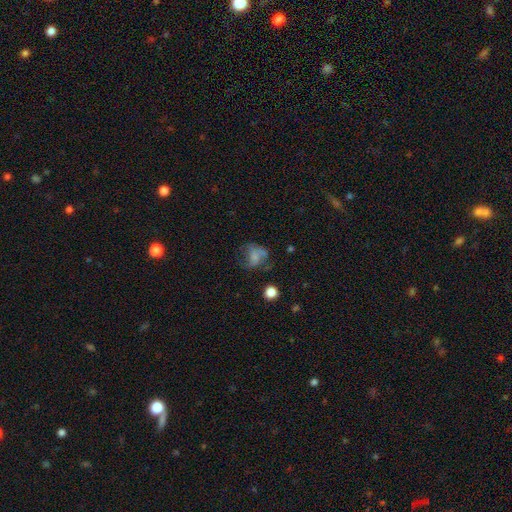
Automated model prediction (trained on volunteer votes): Overall: smooth (48%; featured or disk 37%). Merging: none (37%; major disturbance 36%).